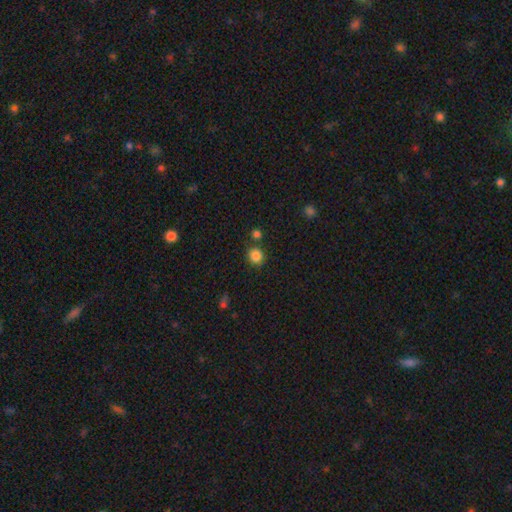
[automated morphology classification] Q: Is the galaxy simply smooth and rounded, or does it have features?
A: smooth — 85%.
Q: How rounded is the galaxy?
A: round — 80%.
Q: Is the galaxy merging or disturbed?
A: none — 78%.